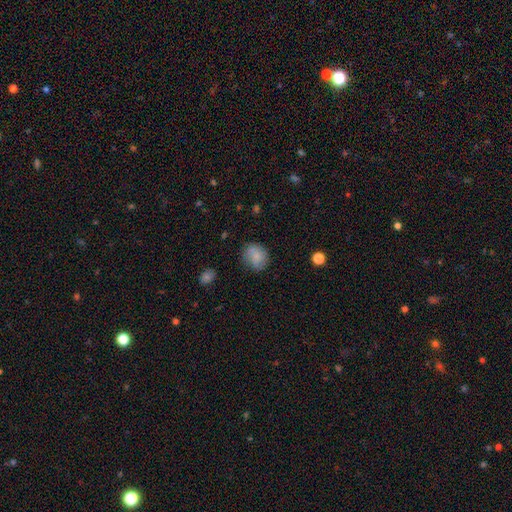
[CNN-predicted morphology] This appears to be a smooth galaxy with no disk features (77%) that is round (68%). Merging: none (72%).